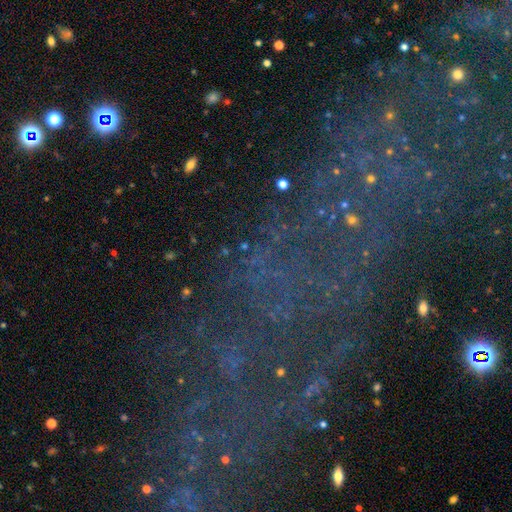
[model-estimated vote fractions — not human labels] The model was most divided on "smooth or featured": star or artifact: 65%, featured or disk: 21%, smooth: 14%.